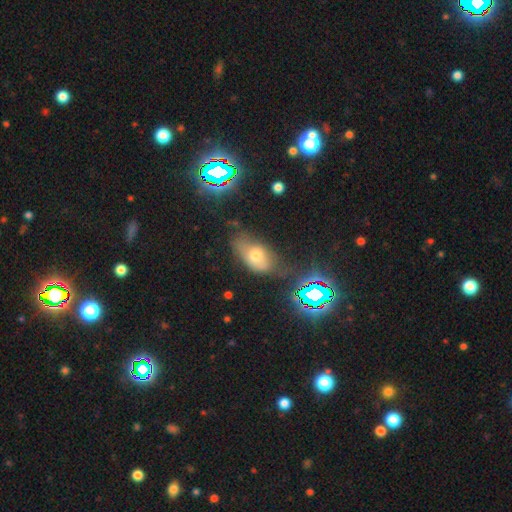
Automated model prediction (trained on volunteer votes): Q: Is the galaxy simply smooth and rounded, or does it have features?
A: smooth — 60%.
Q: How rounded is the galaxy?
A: in between — 86%.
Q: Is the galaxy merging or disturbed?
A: none — 52%.